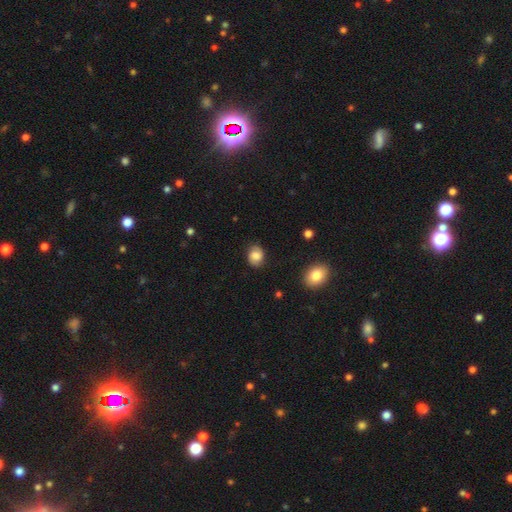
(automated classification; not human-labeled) smooth-or-featured: smooth: 74% | featured or disk: 17% | star or artifact: 9%
  how-rounded: in between: 53% | round: 46% | cigar-shaped: 1%
  merging: none: 81% | minor disturbance: 14% | major disturbance: 3% | merger: 1%